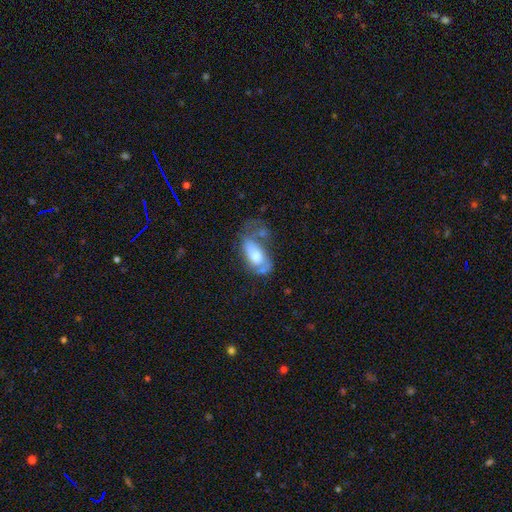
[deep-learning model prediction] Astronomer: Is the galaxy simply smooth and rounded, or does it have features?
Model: smooth — 58% (runner-up: featured or disk, 35%).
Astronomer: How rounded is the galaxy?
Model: in between — 88%.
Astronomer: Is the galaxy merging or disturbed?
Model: major disturbance — 31% (runner-up: none, 26%).